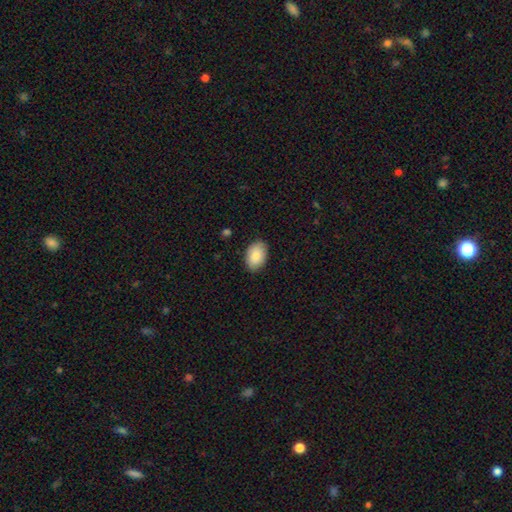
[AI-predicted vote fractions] This is clearly a smooth galaxy (87%). How rounded: clearly in between (87%). Merging: clearly none (86%).